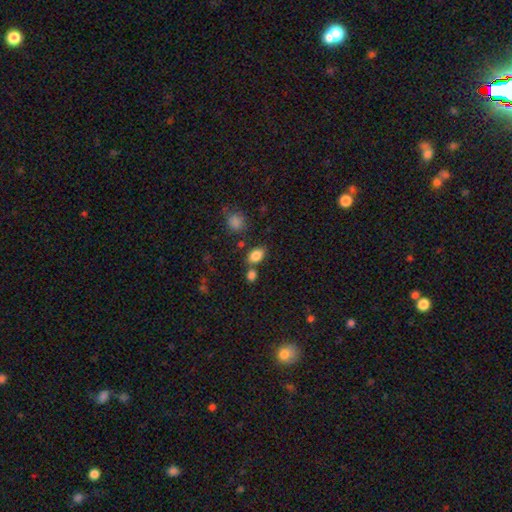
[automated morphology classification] Smooth or featured? Predicted: smooth (p=0.84). How rounded? Predicted: in between (p=0.81). Merging? Predicted: none (p=0.65).